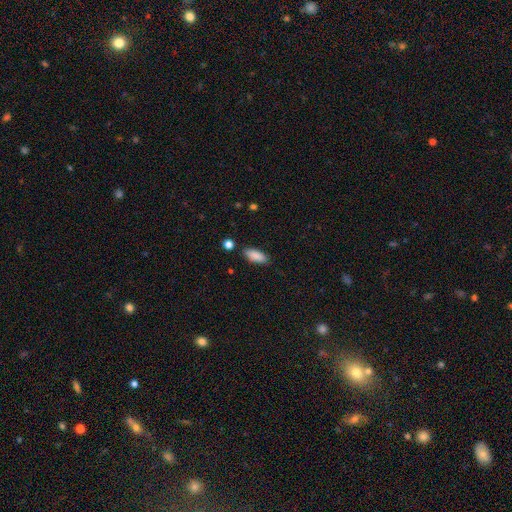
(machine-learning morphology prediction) This appears to be a smooth galaxy with no disk features (87%) that is in between round and cigar-shaped (76%). Merging: none (84%).